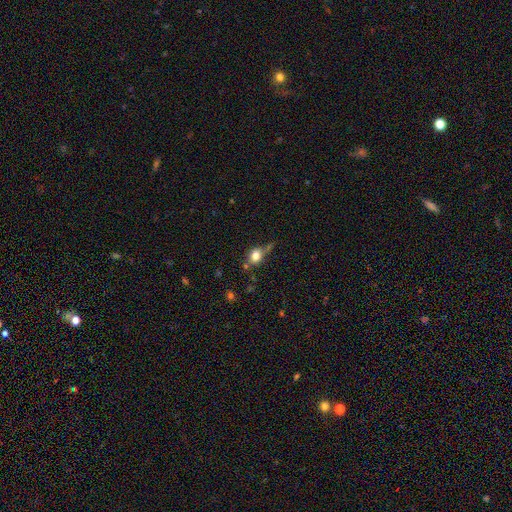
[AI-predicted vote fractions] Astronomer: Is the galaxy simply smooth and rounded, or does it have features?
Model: smooth — 73%.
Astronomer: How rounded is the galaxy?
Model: round — 56% (runner-up: in between, 40%).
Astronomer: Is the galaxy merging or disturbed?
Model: none — 51%.